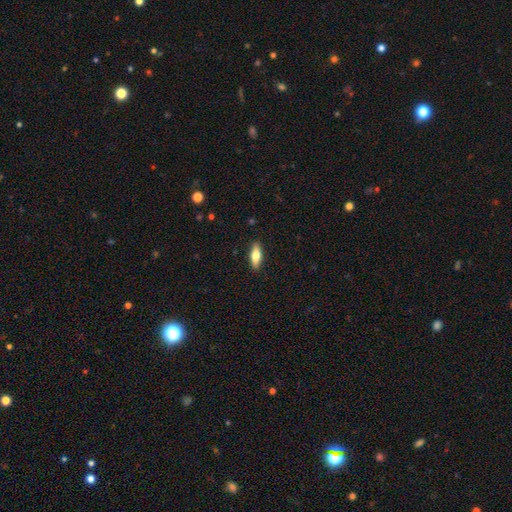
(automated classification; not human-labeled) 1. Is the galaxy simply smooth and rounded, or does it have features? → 71% smooth, 23% featured or disk, 6% star or artifact.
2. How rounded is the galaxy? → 65% in between, 33% cigar-shaped, 2% round.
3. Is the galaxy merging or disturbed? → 89% none, 8% minor disturbance, 2% major disturbance, 1% merger.